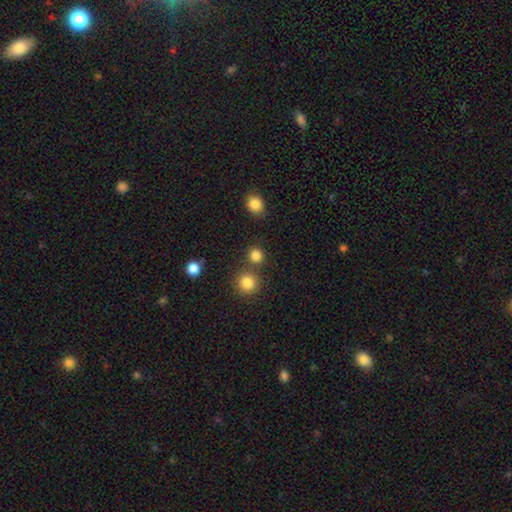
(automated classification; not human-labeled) smooth-or-featured: smooth: 83% | star or artifact: 13% | featured or disk: 4%
  how-rounded: round: 89% | in between: 10% | cigar-shaped: 1%
  merging: none: 76% | merger: 14% | minor disturbance: 7% | major disturbance: 3%